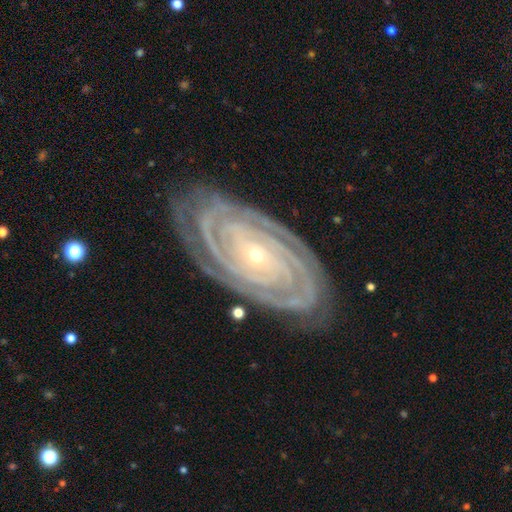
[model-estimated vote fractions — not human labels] Overall: featured or disk (92%). Edge-on disk: no (96%). Bar: no (72%). Spiral arms: yes (99%). Spiral arm count: 2 (26%; 3 21%). Spiral winding: tight (90%). Bulge size: small (80%). Merging: none (81%).